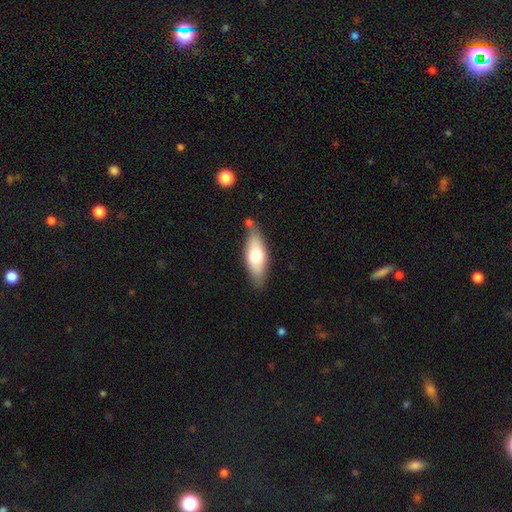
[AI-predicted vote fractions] This is likely a smooth galaxy (66%). How rounded: likely in between (65%). Merging: likely none (70%).